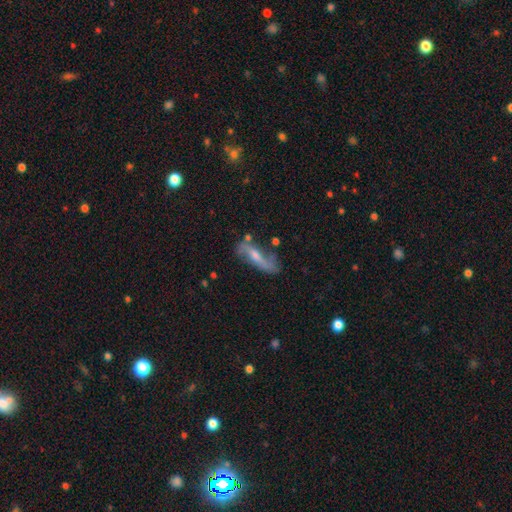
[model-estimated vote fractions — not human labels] Smooth or featured? featured or disk (67%)
Edge-on disk? no (72%)
Merging? none (63%)